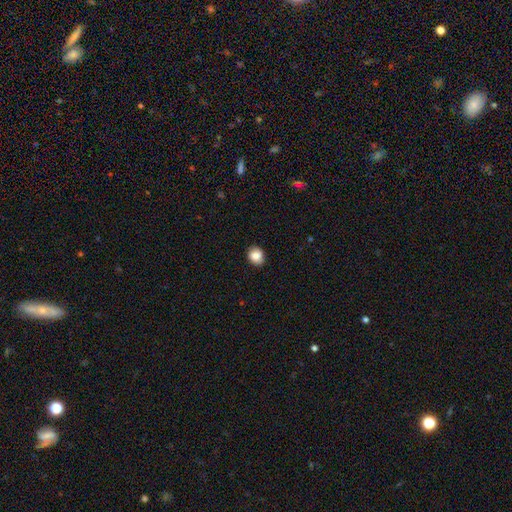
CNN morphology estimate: Smooth or featured? smooth (86%)
How rounded? round (63%)
Merging? none (87%)